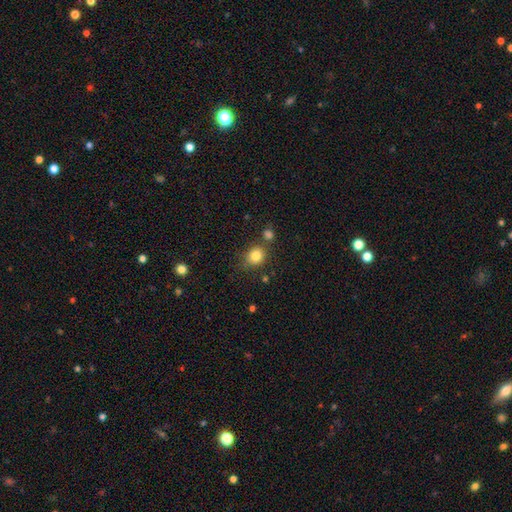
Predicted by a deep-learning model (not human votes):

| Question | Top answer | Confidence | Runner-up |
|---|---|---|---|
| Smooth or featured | smooth | 82% | star or artifact (11%) |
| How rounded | round | 70% | in between (29%) |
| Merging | none | 69% | merger (14%) |